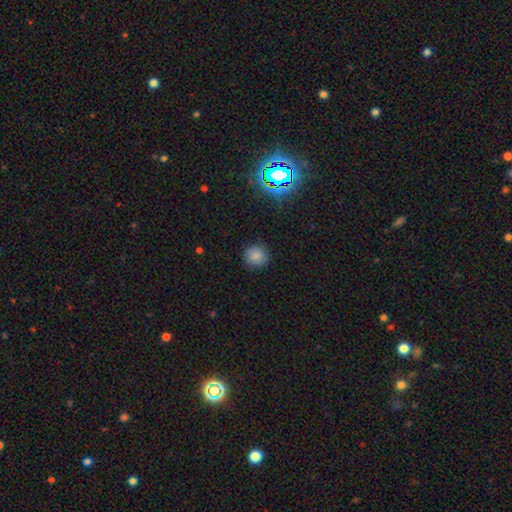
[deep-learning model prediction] The model was most divided on "smooth or featured": smooth: 82%, star or artifact: 13%, featured or disk: 5%. More confident: how rounded — round (92%); merging — none (89%).